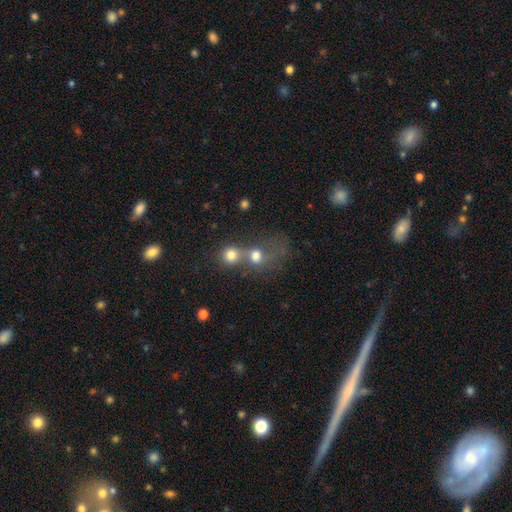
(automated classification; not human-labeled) smooth-or-featured: smooth: 71% | featured or disk: 16% | star or artifact: 13%
  how-rounded: round: 70% | in between: 28% | cigar-shaped: 1%
  merging: merger: 65% | none: 20% | major disturbance: 8% | minor disturbance: 6%